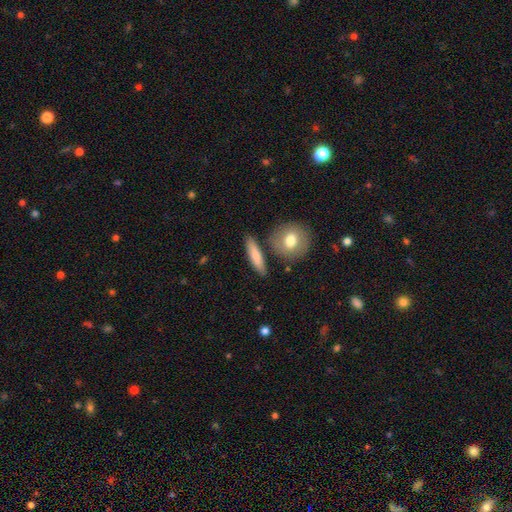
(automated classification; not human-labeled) This appears to be a smooth galaxy with no disk features (75%) that is cigar-shaped (68%). Merging: none (81%).